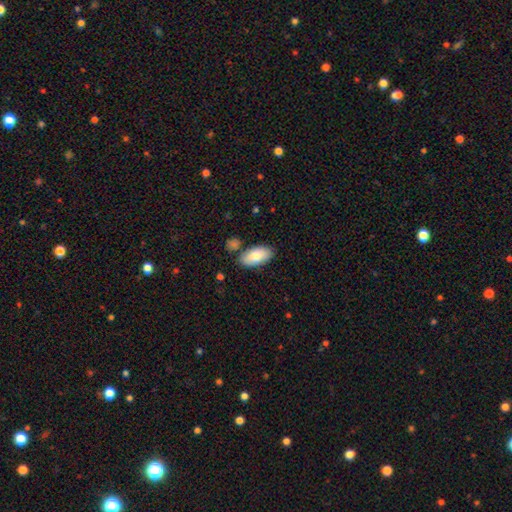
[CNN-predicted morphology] smooth_or_featured: smooth (p=0.78) [alt: featured or disk p=0.16]
how_rounded: in between (p=0.93) [alt: cigar-shaped p=0.04]
merging: none (p=0.78) [alt: minor disturbance p=0.13]